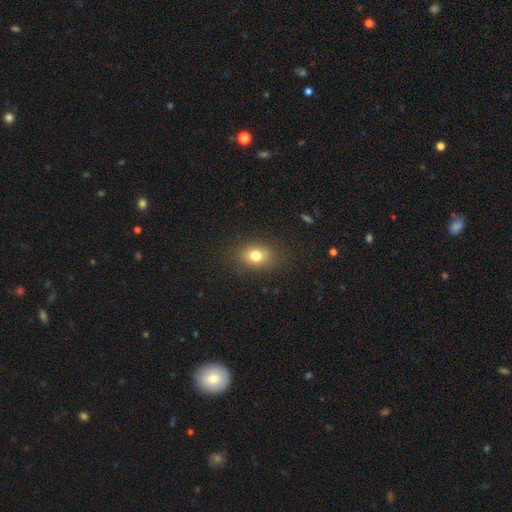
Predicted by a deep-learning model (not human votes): This is likely a smooth galaxy (77%). How rounded: likely in between (63%). Merging: clearly none (82%).